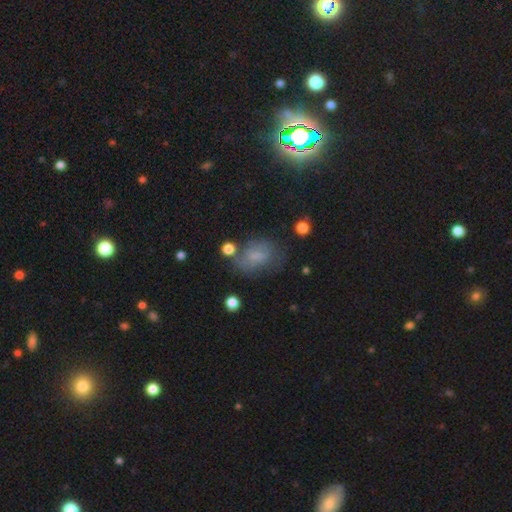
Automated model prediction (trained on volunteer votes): This is possibly a smooth galaxy (52%). How rounded: likely in between (77%). Merging: possibly none (50%).